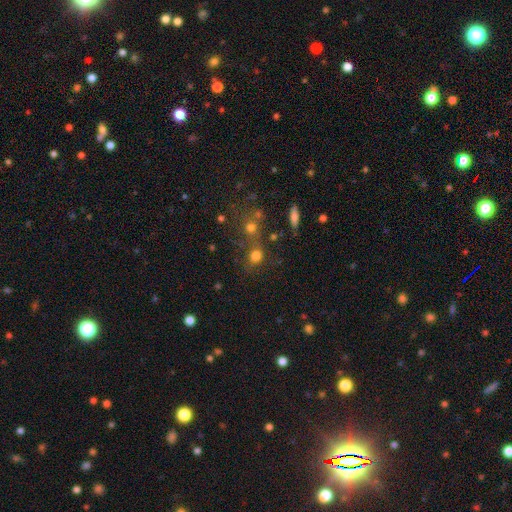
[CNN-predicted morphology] Smooth or featured? smooth (74%)
How rounded? round (74%)
Merging? none (54%)